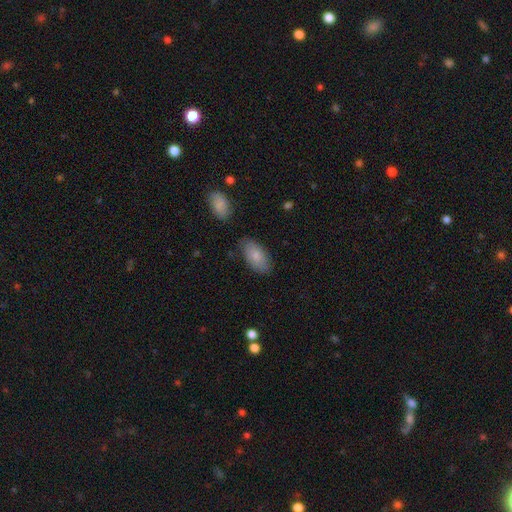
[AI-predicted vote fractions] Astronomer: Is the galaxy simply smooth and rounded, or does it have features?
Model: smooth — 81%.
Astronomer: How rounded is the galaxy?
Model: in between — 94%.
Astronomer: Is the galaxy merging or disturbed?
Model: none — 78%.